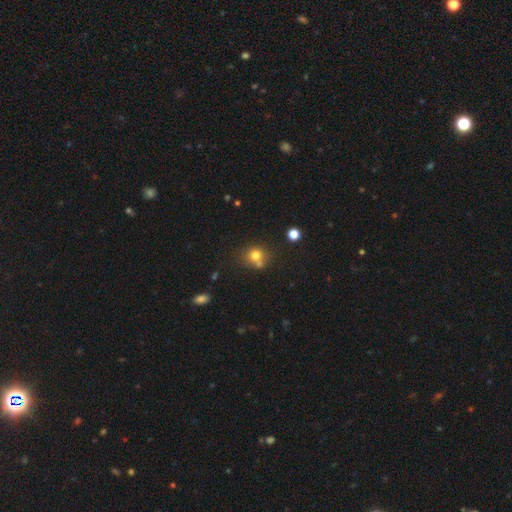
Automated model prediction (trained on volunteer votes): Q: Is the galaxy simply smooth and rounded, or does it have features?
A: smooth — 74%.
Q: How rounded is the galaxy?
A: round — 78%.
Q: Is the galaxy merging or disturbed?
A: none — 53%.